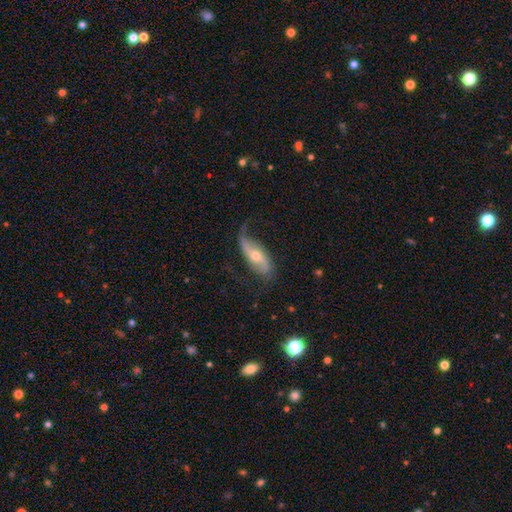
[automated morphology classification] A featured or disk galaxy (77%) with no bar (46%), 2 (86%) loose (79%) spiral arms (91%) and a moderate central bulge (51%).

Vote fractions:
- Smooth or featured? featured or disk: 77% / smooth: 17% / star or artifact: 6%
- Edge-on disk? no: 88% / yes: 12%
- Bar? no: 46% / weak: 29% / strong: 25%
- Spiral arms? yes: 91% / no: 9%
- Spiral winding? loose: 79% / medium: 15% / tight: 6%
- Spiral arm count? 2: 86% / 1: 7% / can't tell: 4% / 3: 1% / 4: 1% / more than 4: 1%
- Bulge size? moderate: 51% / small: 44% / large: 2% / none: 1% / dominant: 1%
- Merging? none: 60% / minor disturbance: 25% / major disturbance: 14% / merger: 2%